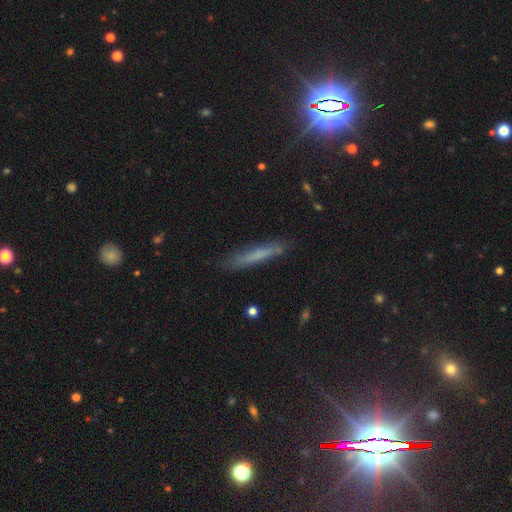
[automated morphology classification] This is likely a smooth galaxy (60%). How rounded: clearly cigar-shaped (93%). Merging: clearly none (84%).